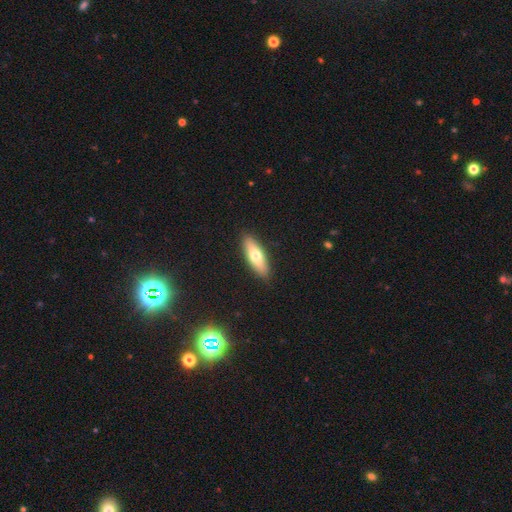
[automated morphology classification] Smooth or featured: smooth — 66% (featured or disk — 29%)
How rounded: in between — 54% (cigar-shaped — 43%)
Merging: none — 90% (minor disturbance — 8%)